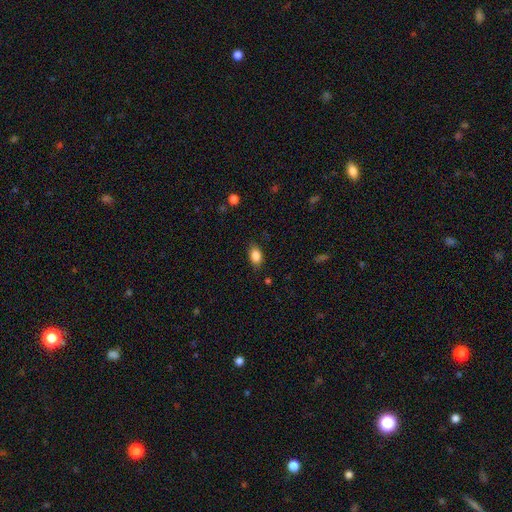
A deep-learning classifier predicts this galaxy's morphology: A smooth galaxy with no disk features (87%) that is in between round and cigar-shaped (86%).

Vote fractions:
- Smooth or featured? smooth: 87% / star or artifact: 8% / featured or disk: 5%
- How rounded? in between: 86% / round: 11% / cigar-shaped: 2%
- Merging? none: 82% / minor disturbance: 13% / major disturbance: 3% / merger: 1%